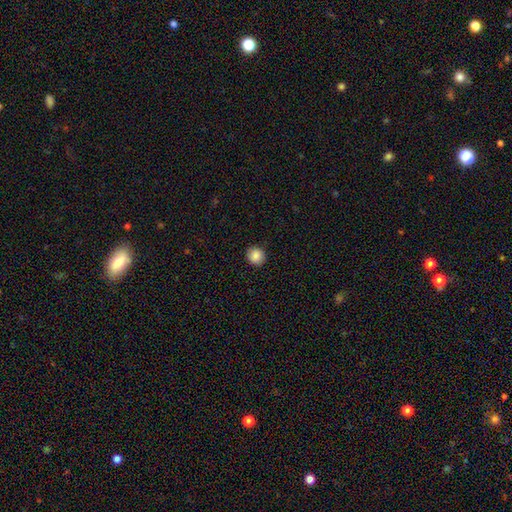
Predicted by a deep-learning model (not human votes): Q: Smooth or featured?
A: smooth (87%); runner-up: star or artifact (9%)
Q: How rounded?
A: round (91%); runner-up: in between (8%)
Q: Merging?
A: none (92%); runner-up: minor disturbance (6%)